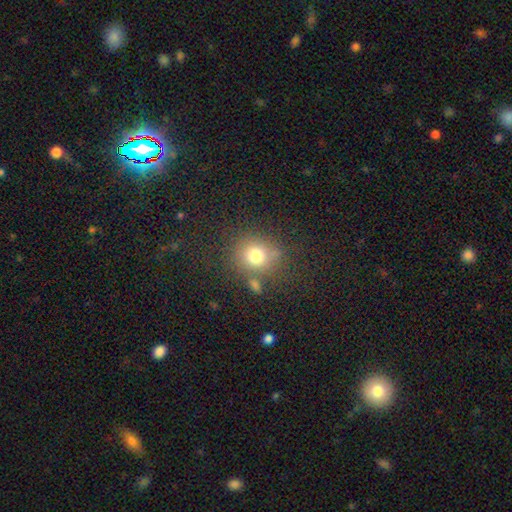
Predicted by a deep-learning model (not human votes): Smooth or featured? smooth (76%)
How rounded? round (78%)
Merging? none (73%)